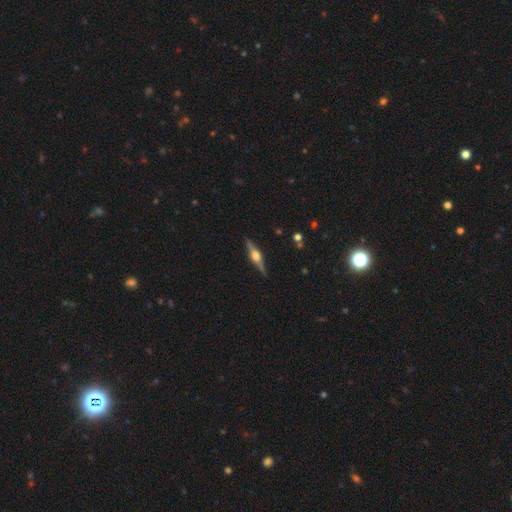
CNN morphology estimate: featured or disk 82%, smooth 12%, star or artifact 5%. Down the decision tree: edge-on disk — yes (98%); edge-on bulge — rounded (93%); merging — none (89%).